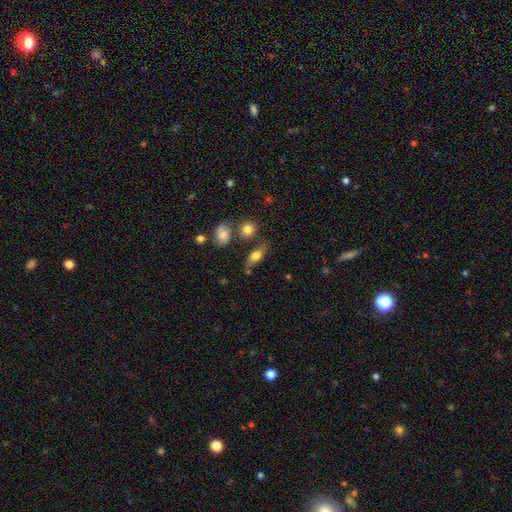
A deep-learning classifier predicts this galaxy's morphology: The model was most divided on "smooth or featured": smooth: 67%, featured or disk: 24%, star or artifact: 9%. More confident: how rounded — in between (73%); merging — none (69%).